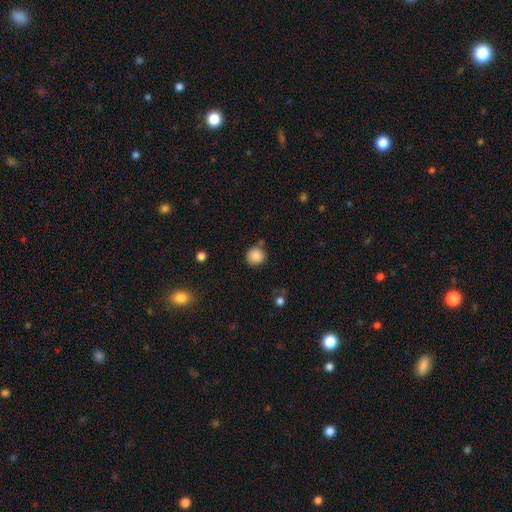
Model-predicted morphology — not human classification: A smooth galaxy with no disk features (86%) that is round (92%).

Vote fractions:
- Smooth or featured? smooth: 86% / star or artifact: 10% / featured or disk: 4%
- How rounded? round: 92% / in between: 7% / cigar-shaped: 1%
- Merging? none: 80% / minor disturbance: 11% / merger: 6% / major disturbance: 3%